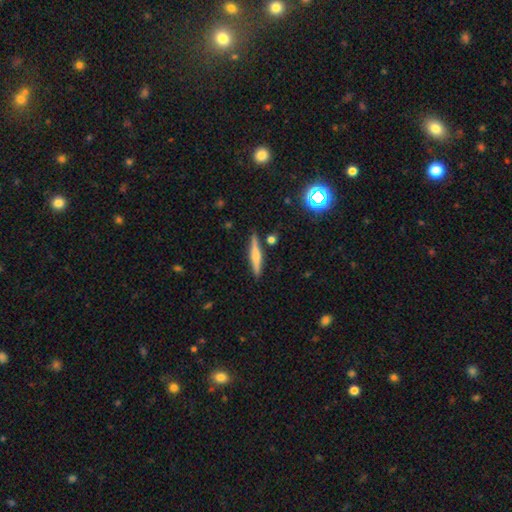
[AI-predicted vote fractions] Overall: featured or disk (49%; smooth 43%). Merging: none (87%).